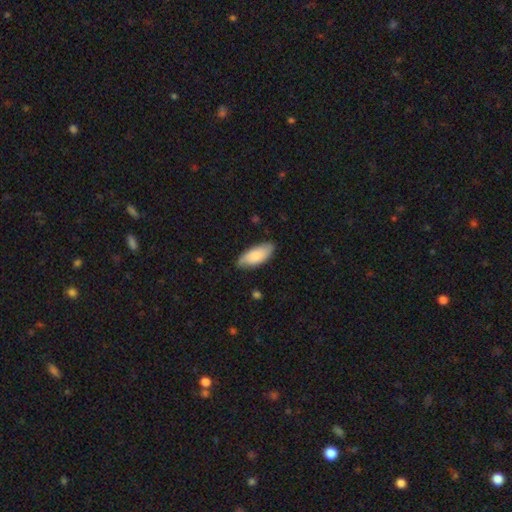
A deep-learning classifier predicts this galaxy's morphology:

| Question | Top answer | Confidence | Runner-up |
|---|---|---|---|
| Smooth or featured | smooth | 82% | featured or disk (13%) |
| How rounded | in between | 85% | cigar-shaped (13%) |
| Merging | none | 77% | minor disturbance (19%) |